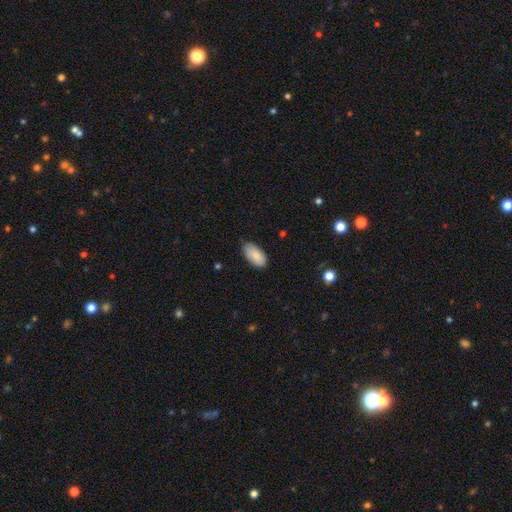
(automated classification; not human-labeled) A smooth galaxy with no disk features (85%) that is in between round and cigar-shaped (95%). Merging: none (73%).